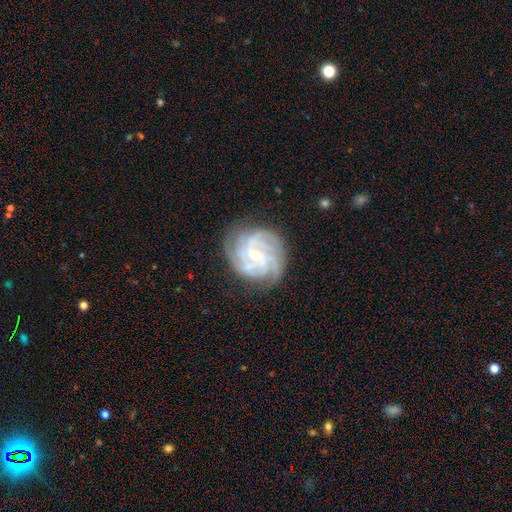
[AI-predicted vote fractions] Smooth or featured? Predicted: featured or disk (p=0.86). Edge-on disk? Predicted: no (p=0.98). Bar? Predicted: no (p=0.49). Spiral arms? Predicted: yes (p=0.98). Spiral winding? Predicted: tight (p=0.69). Spiral arm count? Predicted: 4 (p=0.38). Bulge size? Predicted: small (p=0.72). Merging? Predicted: none (p=0.79).